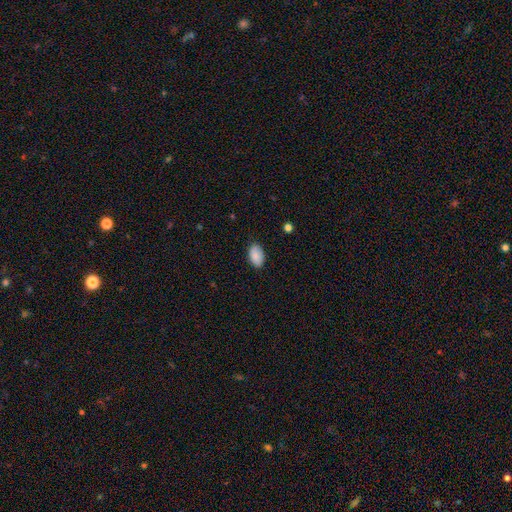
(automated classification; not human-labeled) The model was most divided on "merging": none: 83%, minor disturbance: 13%, major disturbance: 2%, merger: 1%. More confident: how rounded — in between (93%); smooth or featured — smooth (89%).